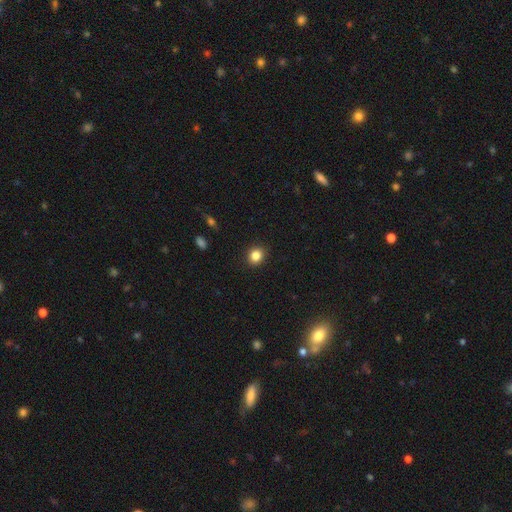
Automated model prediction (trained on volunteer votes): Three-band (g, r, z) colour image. It shows a smooth galaxy with no disk features (84%) that is round (72%). Merging: none (91%).